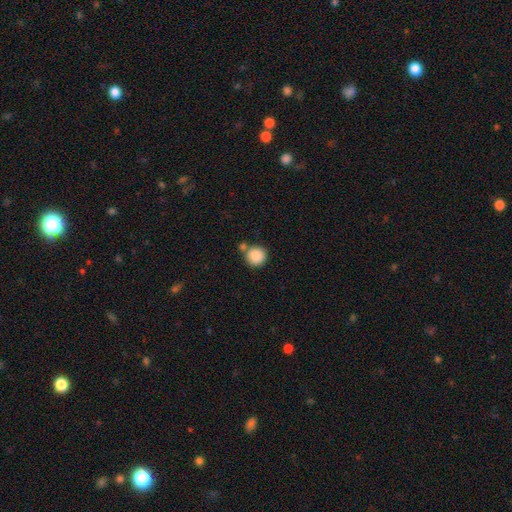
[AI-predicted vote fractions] smooth-or-featured: smooth: 88% | star or artifact: 9% | featured or disk: 4%
  how-rounded: round: 94% | in between: 5% | cigar-shaped: 1%
  merging: none: 69% | merger: 18% | minor disturbance: 10% | major disturbance: 3%